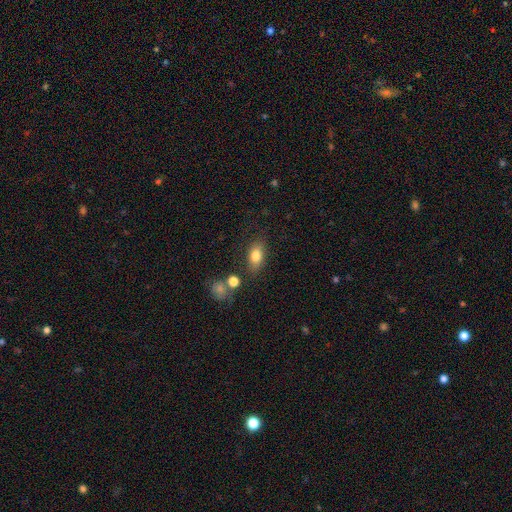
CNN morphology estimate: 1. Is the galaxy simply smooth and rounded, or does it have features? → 79% smooth, 12% featured or disk, 9% star or artifact.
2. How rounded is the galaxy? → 84% in between, 11% round, 5% cigar-shaped.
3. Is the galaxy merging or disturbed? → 78% none, 13% minor disturbance, 5% merger, 4% major disturbance.